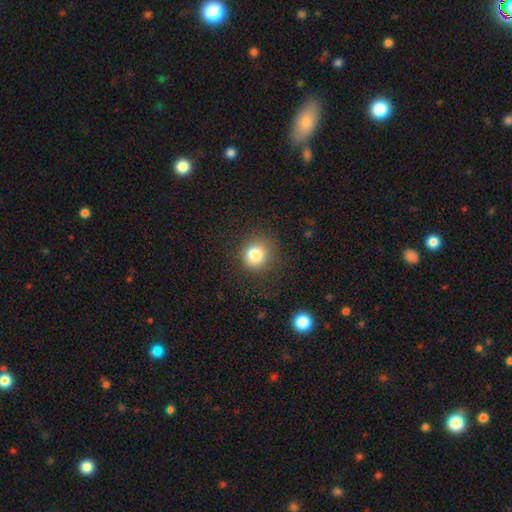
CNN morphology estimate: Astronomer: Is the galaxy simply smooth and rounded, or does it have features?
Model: smooth — 81%.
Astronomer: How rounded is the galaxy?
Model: round — 82%.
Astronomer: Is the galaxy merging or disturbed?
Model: none — 78%.